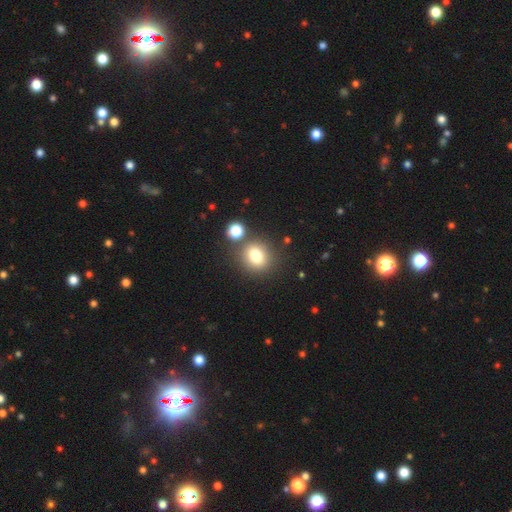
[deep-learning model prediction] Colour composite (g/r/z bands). It shows a smooth galaxy with no disk features (78%) that is round (71%). Merging: none (74%).